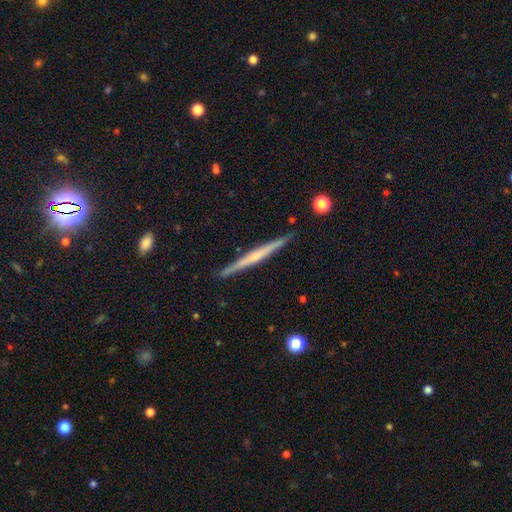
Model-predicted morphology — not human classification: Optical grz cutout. It shows a featured or disk galaxy (67%) viewed edge-on (98%) with no central bulge (50%). Merging: none (91%).